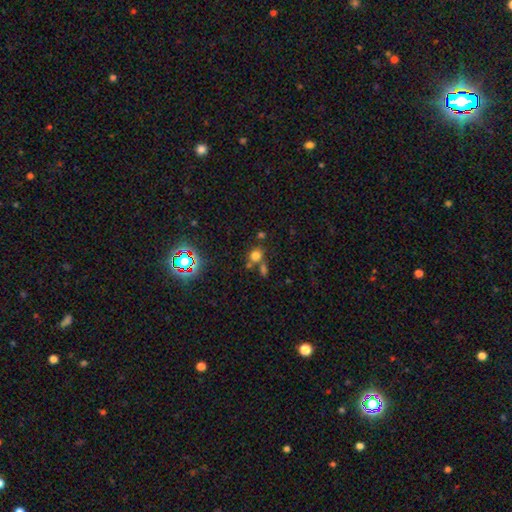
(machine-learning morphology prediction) A smooth galaxy with no disk features (70%) that is round (73%).

Vote fractions:
- Smooth or featured? smooth: 70% / star or artifact: 21% / featured or disk: 8%
- How rounded? round: 73% / in between: 25% / cigar-shaped: 1%
- Merging? none: 59% / merger: 25% / minor disturbance: 11% / major disturbance: 5%